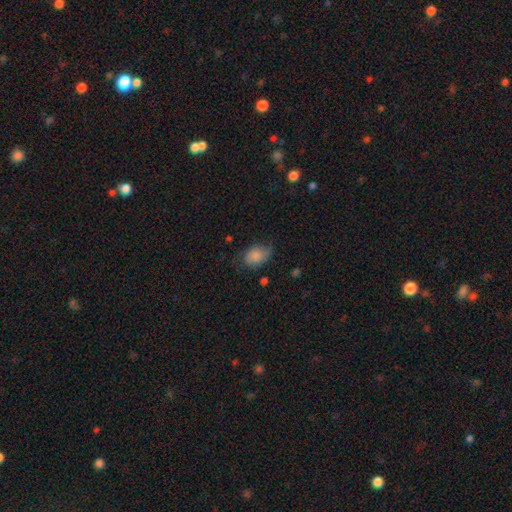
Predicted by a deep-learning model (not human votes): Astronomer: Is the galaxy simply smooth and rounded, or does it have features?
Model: smooth — 76%.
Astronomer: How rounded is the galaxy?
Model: in between — 80%.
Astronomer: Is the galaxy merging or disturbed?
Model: none — 57%.